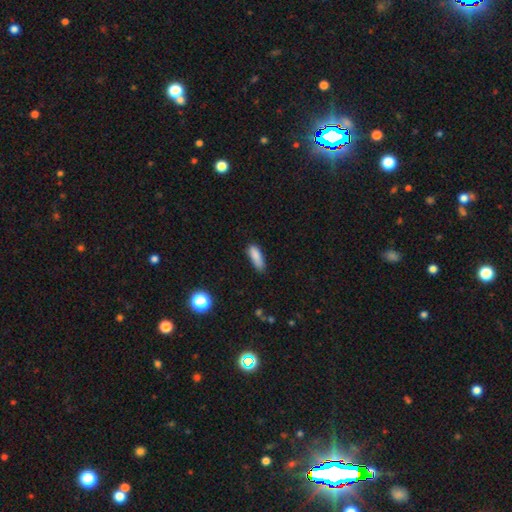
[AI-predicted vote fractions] Smooth or featured? smooth (85%)
How rounded? in between (52%)
Merging? none (69%)